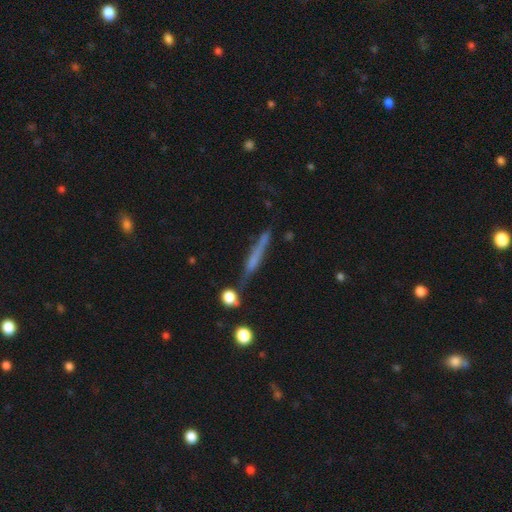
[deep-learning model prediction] A featured or disk galaxy (49%).

Vote fractions:
- Smooth or featured? featured or disk: 49% / smooth: 41% / star or artifact: 11%
- Merging? none: 73% / minor disturbance: 16% / merger: 6% / major disturbance: 5%